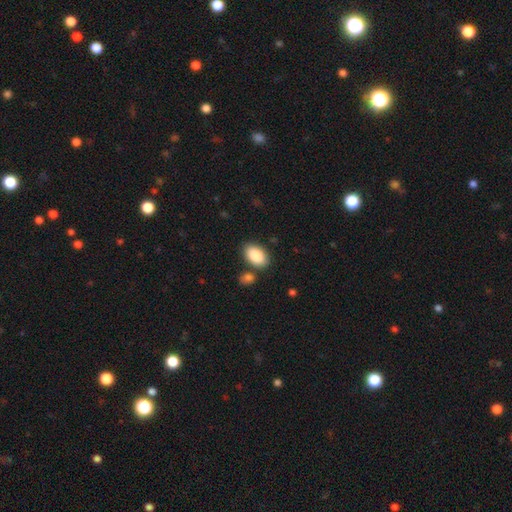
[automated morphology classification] smooth-or-featured: smooth: 88% | star or artifact: 6% | featured or disk: 6%
  how-rounded: in between: 93% | round: 5% | cigar-shaped: 1%
  merging: none: 78% | minor disturbance: 11% | merger: 8% | major disturbance: 3%